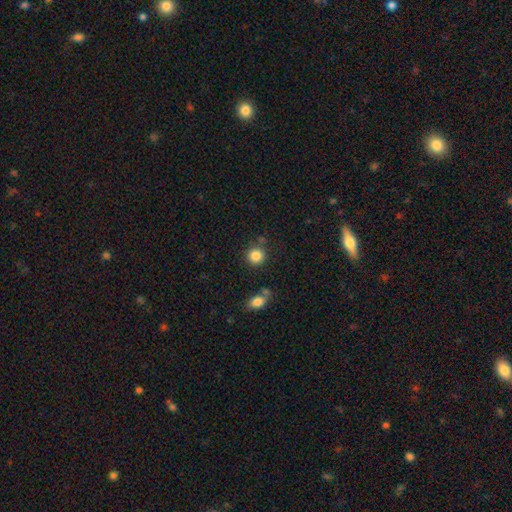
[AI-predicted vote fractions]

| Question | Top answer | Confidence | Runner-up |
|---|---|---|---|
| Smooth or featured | smooth | 85% | star or artifact (10%) |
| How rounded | round | 91% | in between (8%) |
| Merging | none | 81% | minor disturbance (9%) |